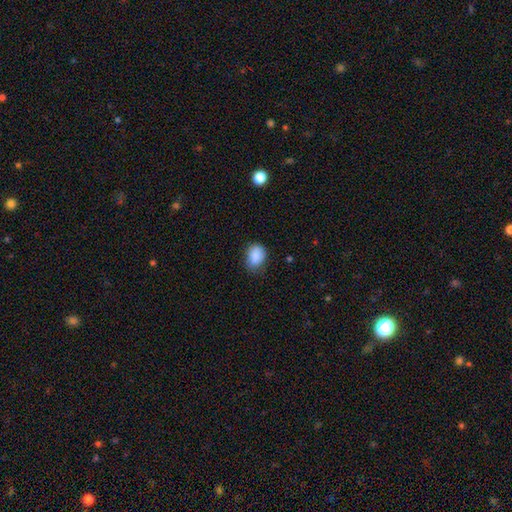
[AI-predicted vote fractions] smooth-or-featured: smooth: 87% | star or artifact: 8% | featured or disk: 5%
  how-rounded: in between: 69% | round: 30% | cigar-shaped: 1%
  merging: none: 65% | minor disturbance: 28% | major disturbance: 6% | merger: 1%